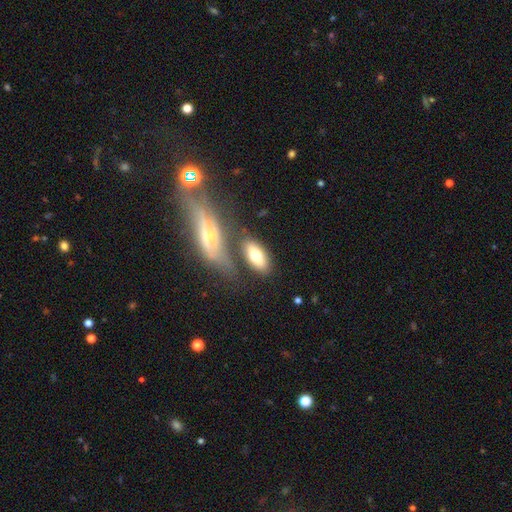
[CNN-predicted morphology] A smooth galaxy with no disk features (71%) that is in between round and cigar-shaped (86%). Merging: none (62%).